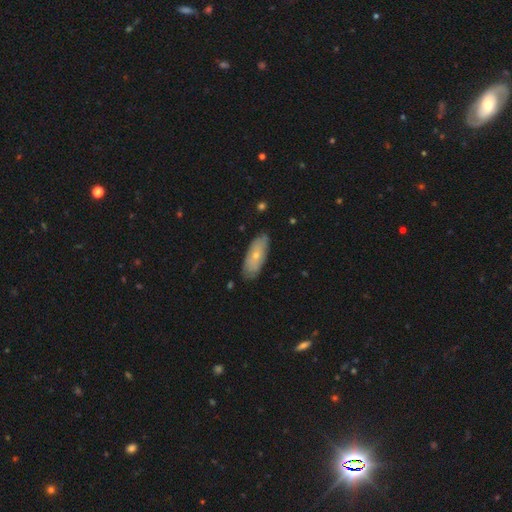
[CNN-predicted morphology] smooth-or-featured: smooth: 59% | featured or disk: 35% | star or artifact: 6%
  how-rounded: in between: 78% | cigar-shaped: 19% | round: 3%
  merging: none: 81% | minor disturbance: 15% | major disturbance: 3% | merger: 1%